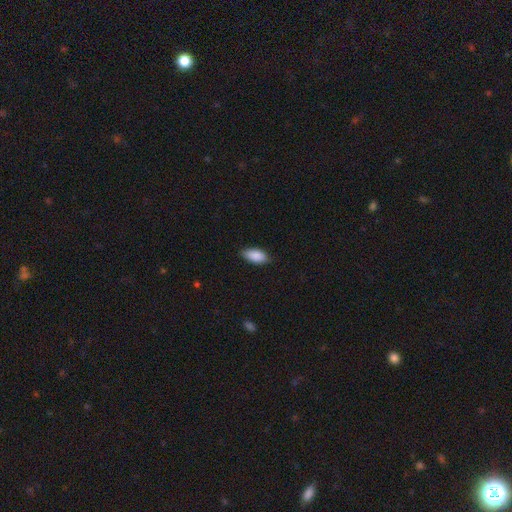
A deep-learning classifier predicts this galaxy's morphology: This appears to be a smooth galaxy with no disk features (88%) that is in between round and cigar-shaped (91%). Merging: none (82%).